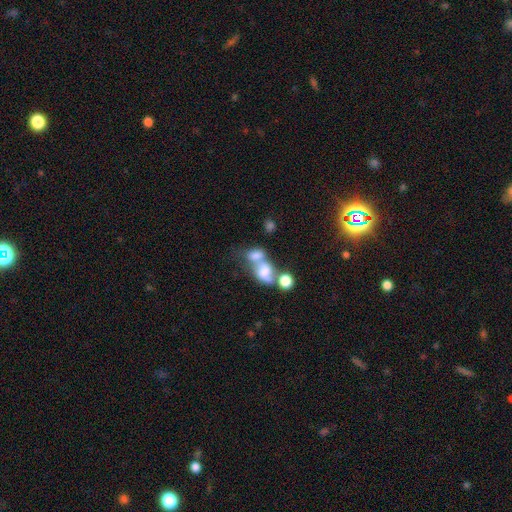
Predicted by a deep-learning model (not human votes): This is likely a smooth galaxy (64%). How rounded: likely in between (71%). Merging: likely merger (66%).